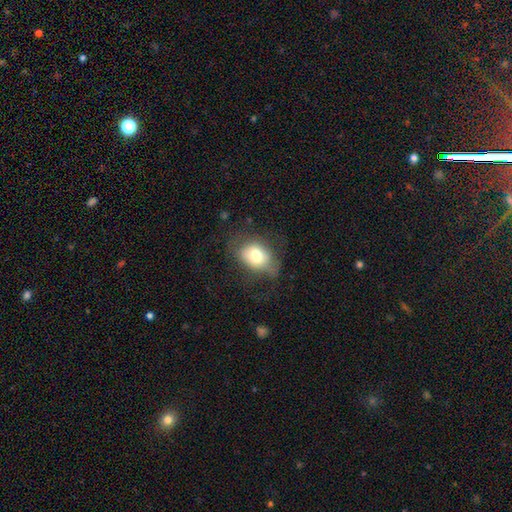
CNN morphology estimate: Overall: smooth (71%). How rounded: in between (60%; round 38%). Merging: none (51%; minor disturbance 27%).